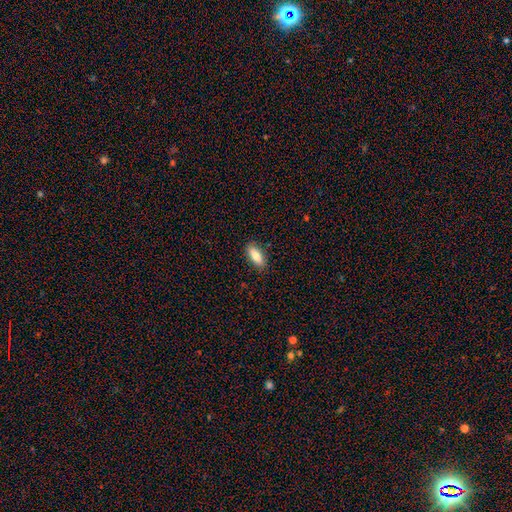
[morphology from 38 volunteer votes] type=smooth (76%); roundness=in between (69%); merging=none (80%).